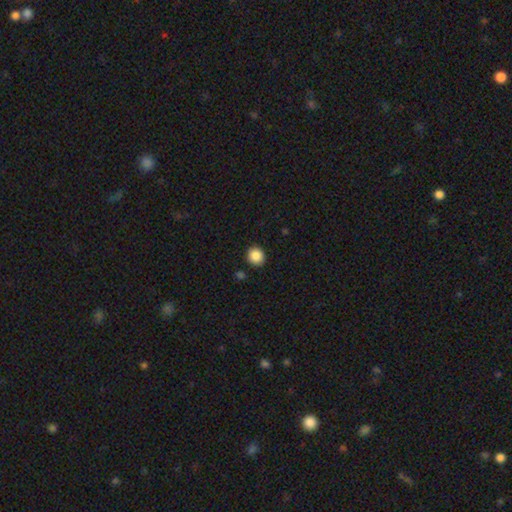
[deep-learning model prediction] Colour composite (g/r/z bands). It shows a smooth galaxy with no disk features (87%) that is round (88%). Merging: none (91%).